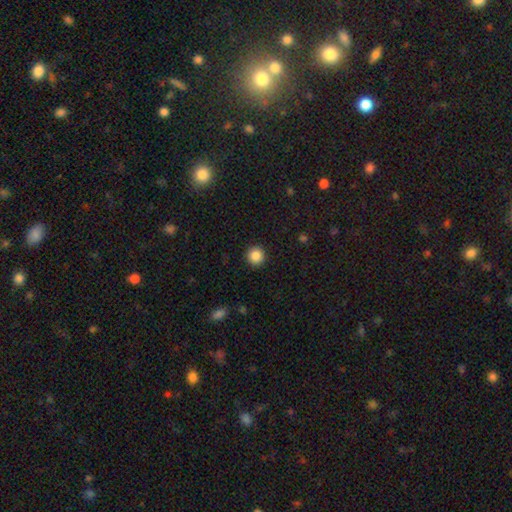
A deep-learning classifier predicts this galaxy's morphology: smooth-or-featured: smooth: 87% | star or artifact: 10% | featured or disk: 3%
  how-rounded: round: 95% | in between: 4% | cigar-shaped: 1%
  merging: none: 93% | minor disturbance: 5% | major disturbance: 2% | merger: 1%